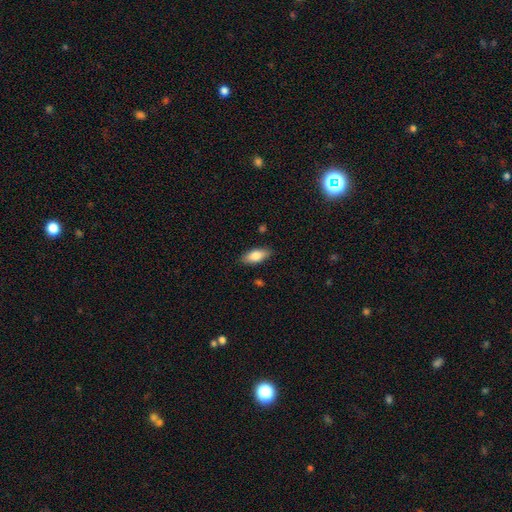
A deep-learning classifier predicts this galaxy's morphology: smooth 80%, featured or disk 13%, star or artifact 7%. Down the decision tree: how rounded — in between (85%); merging — none (85%).